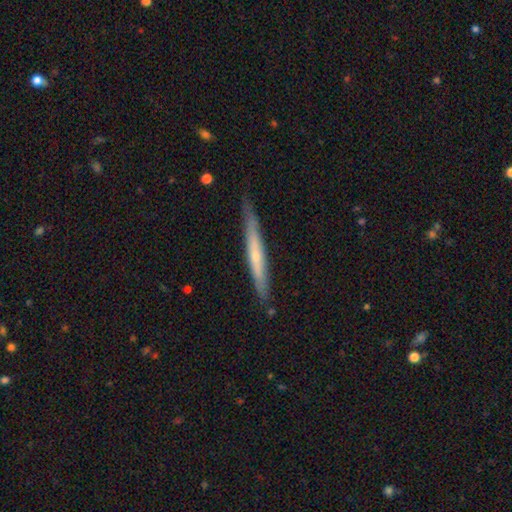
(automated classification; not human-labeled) Overall: featured or disk (56%; smooth 38%). Edge-on disk: yes (94%). Edge-on bulge: none (50%; rounded 46%). Merging: none (84%).